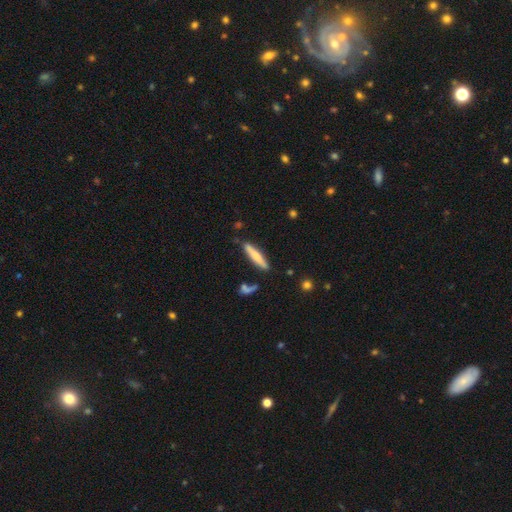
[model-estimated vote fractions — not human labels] smooth 65%, featured or disk 29%, star or artifact 6%. Down the decision tree: how rounded — cigar-shaped (89%); merging — none (81%).